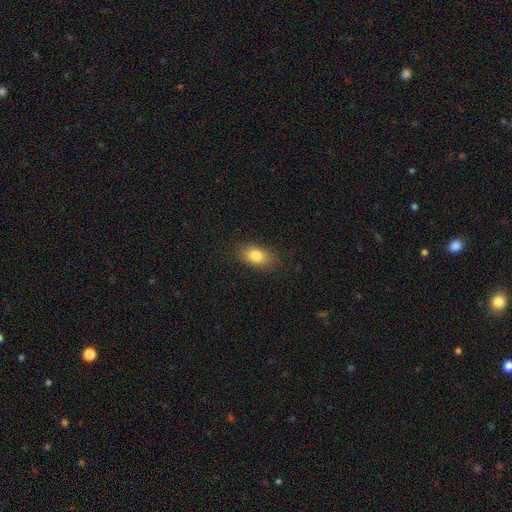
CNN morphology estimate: smooth_or_featured: smooth (p=0.82) [alt: featured or disk p=0.09]
how_rounded: in between (p=0.86) [alt: round p=0.11]
merging: none (p=0.85) [alt: minor disturbance p=0.11]